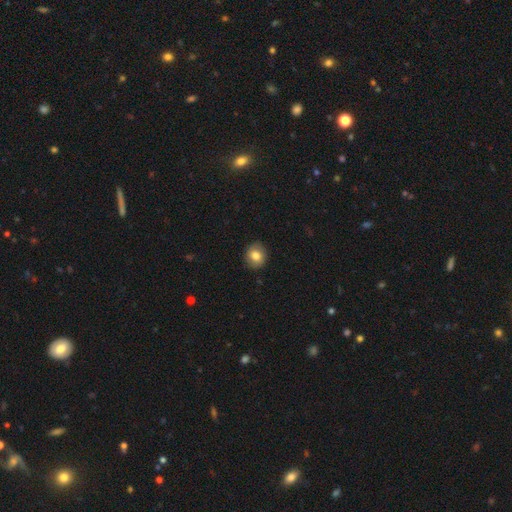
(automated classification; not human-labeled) Morphology: type=smooth (81%); roundness=round (73%); merging=none (89%).